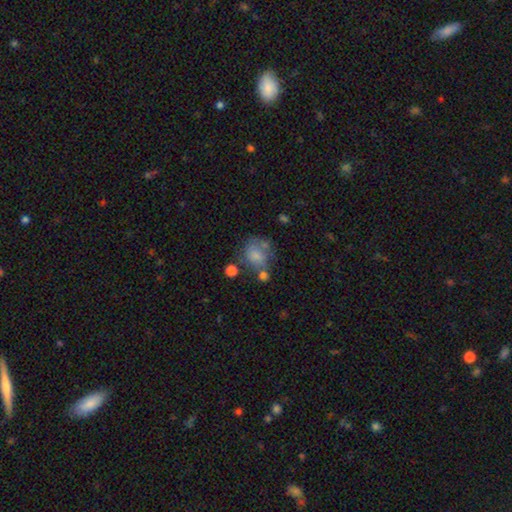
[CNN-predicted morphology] This is likely a smooth galaxy (69%). How rounded: possibly round (60%). Merging: marginally none (43%).